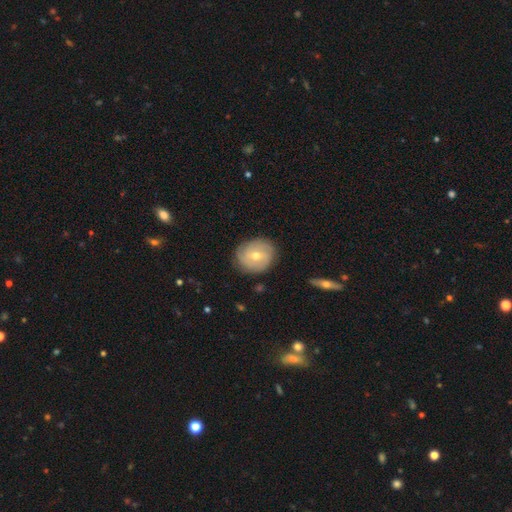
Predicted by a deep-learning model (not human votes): The model was most divided on "bar": no: 55%, weak: 36%, strong: 9%. More confident: edge-on disk — no (95%); merging — none (81%); spiral arms — yes (81%); smooth or featured — featured or disk (62%); bulge size — moderate (60%).